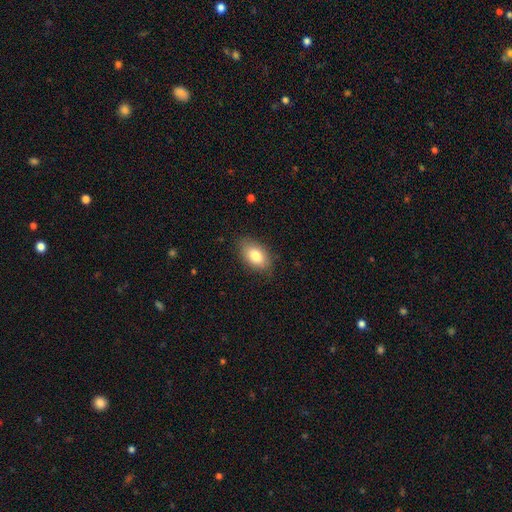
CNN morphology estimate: type=smooth (81%); roundness=in between (91%); merging=none (82%).